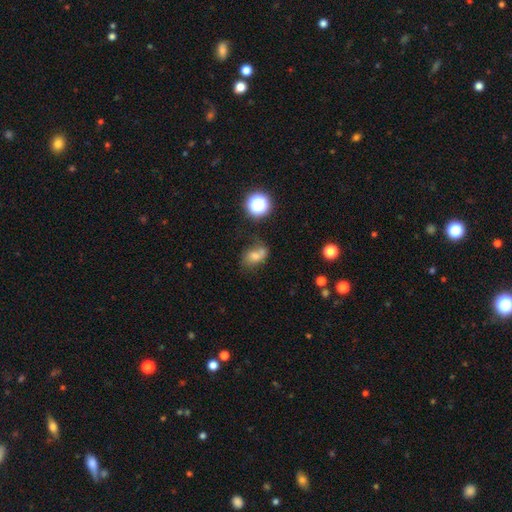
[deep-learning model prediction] The model was most divided on "merging": none: 37%, merger: 33%, minor disturbance: 19%, major disturbance: 11%. More confident: how rounded — in between (70%); smooth or featured — smooth (64%).